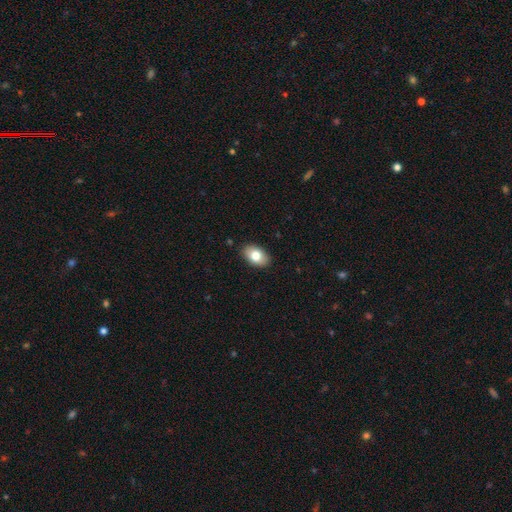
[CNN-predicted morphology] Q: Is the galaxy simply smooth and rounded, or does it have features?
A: smooth — 79%.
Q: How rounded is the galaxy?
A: in between — 91%.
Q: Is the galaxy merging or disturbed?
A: none — 89%.